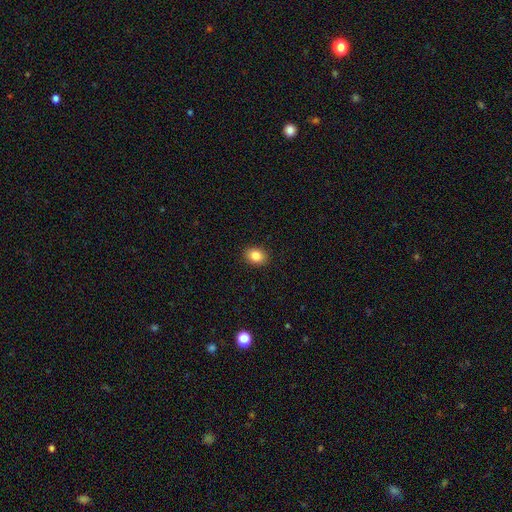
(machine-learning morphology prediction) smooth_or_featured: smooth (p=0.85) [alt: star or artifact p=0.09]
how_rounded: in between (p=0.59) [alt: round p=0.40]
merging: none (p=0.90) [alt: minor disturbance p=0.07]